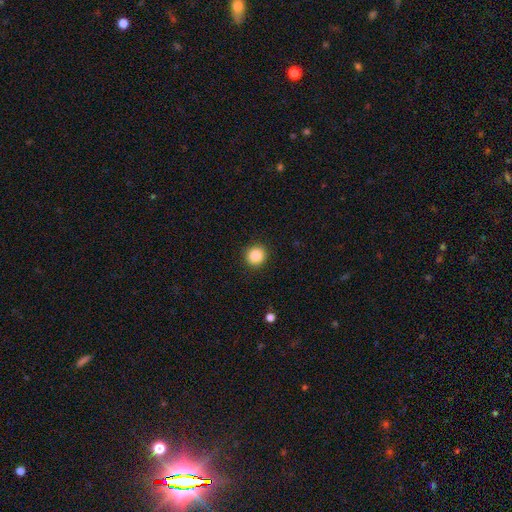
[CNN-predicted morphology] smooth 87%, star or artifact 9%, featured or disk 3%. Down the decision tree: how rounded — round (93%); merging — none (92%).